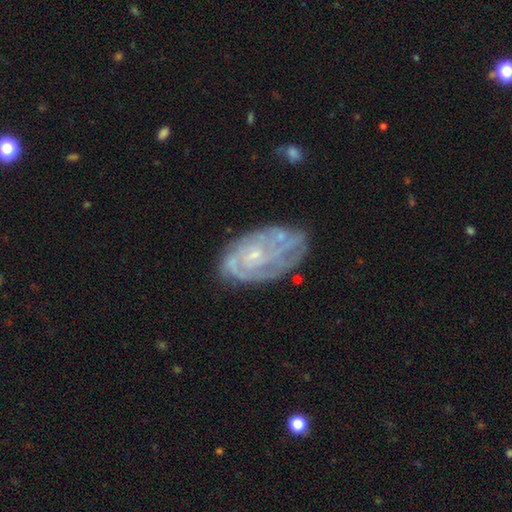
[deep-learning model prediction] smooth_or_featured: featured or disk (p=0.78) [alt: smooth p=0.15]
disk_edge_on: no (p=0.95) [alt: yes p=0.05]
bar: no (p=0.74) [alt: weak p=0.22]
has_spiral_arms: yes (p=0.86) [alt: no p=0.14]
spiral_winding: tight (p=0.68) [alt: medium p=0.24]
spiral_arm_count: can't tell (p=0.47) [alt: 3 p=0.15]
bulge_size: small (p=0.76) [alt: moderate p=0.16]
merging: none (p=0.68) [alt: minor disturbance p=0.21]